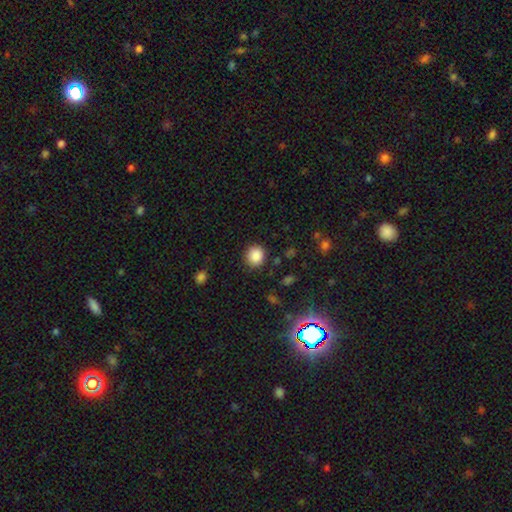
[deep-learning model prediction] A smooth galaxy with no disk features (87%) that is round (86%). Merging: none (88%).